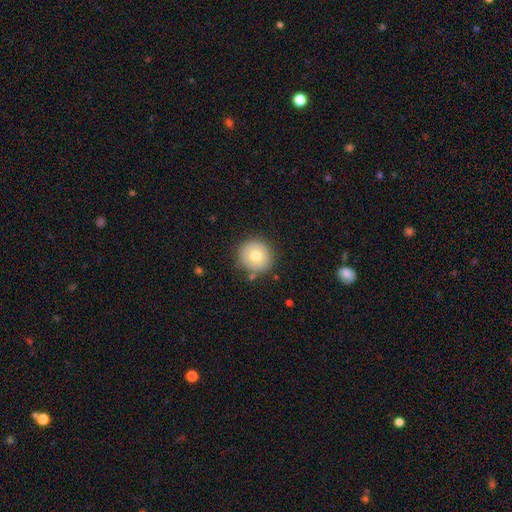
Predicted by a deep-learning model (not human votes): Overall: smooth (73%). How rounded: round (93%). Merging: none (84%).